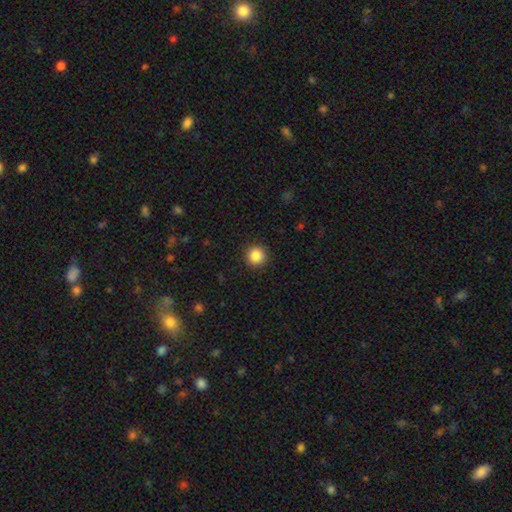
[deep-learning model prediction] Morphology: type=smooth (86%); roundness=round (95%); merging=none (91%).